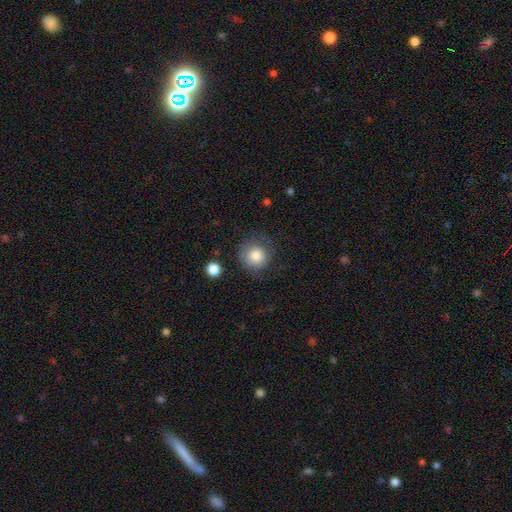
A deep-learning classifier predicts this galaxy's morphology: A smooth galaxy with no disk features (82%) that is round (90%).

Vote fractions:
- Smooth or featured? smooth: 82% / featured or disk: 9% / star or artifact: 9%
- How rounded? round: 90% / in between: 9% / cigar-shaped: 1%
- Merging? none: 70% / minor disturbance: 18% / major disturbance: 9% / merger: 2%